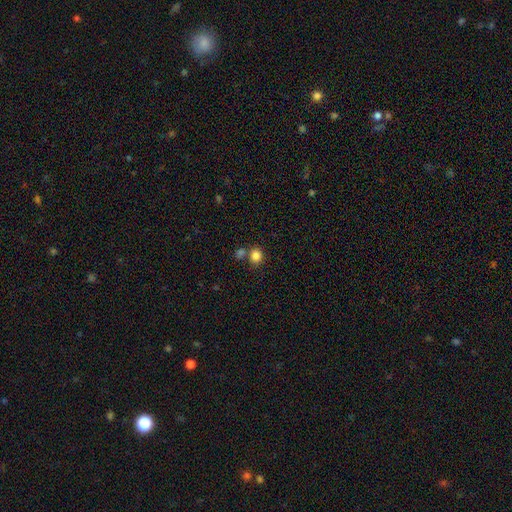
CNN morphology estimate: This appears to be a smooth galaxy with no disk features (84%) that is round (78%). Merging: none (65%).